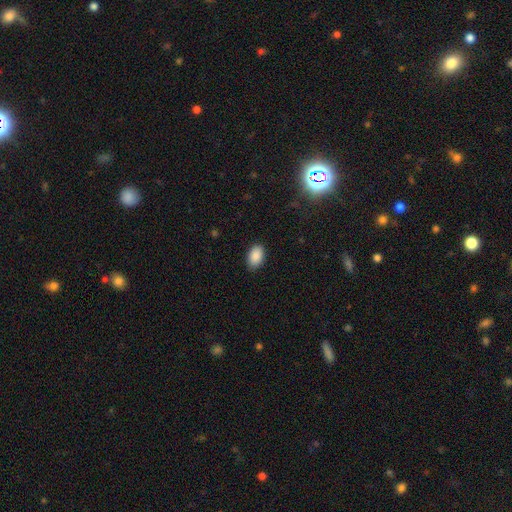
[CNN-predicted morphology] Smooth or featured? smooth (90%)
How rounded? in between (91%)
Merging? none (86%)